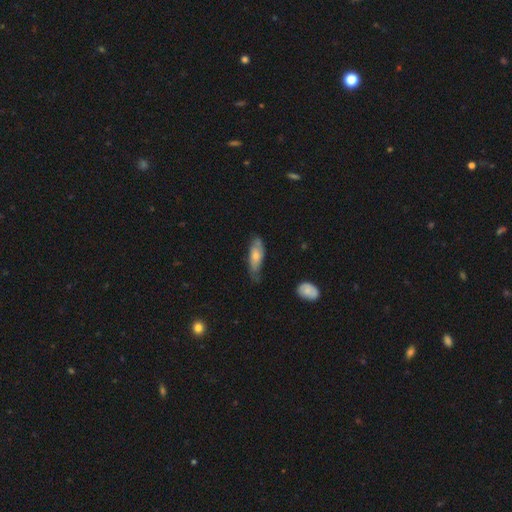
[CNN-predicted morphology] smooth 62%, featured or disk 32%, star or artifact 6%. Down the decision tree: how rounded — in between (61%); merging — none (57%).